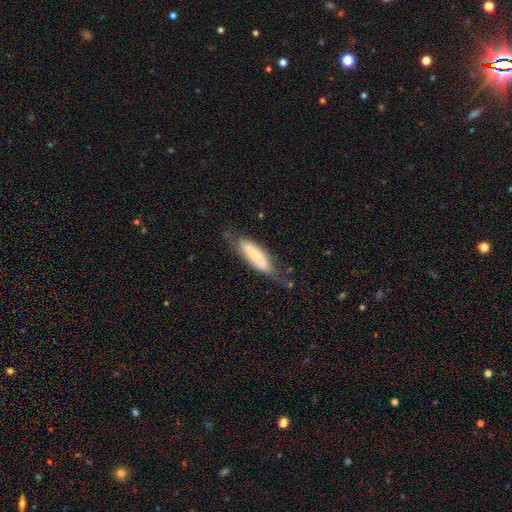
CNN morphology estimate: Smooth or featured: smooth — 56% (featured or disk — 38%)
How rounded: cigar-shaped — 55% (in between — 43%)
Merging: none — 55% (minor disturbance — 29%)